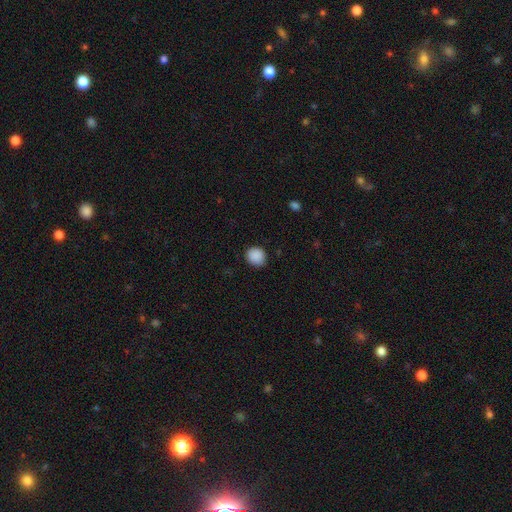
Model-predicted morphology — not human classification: Overall: smooth (89%). How rounded: round (83%). Merging: none (87%).